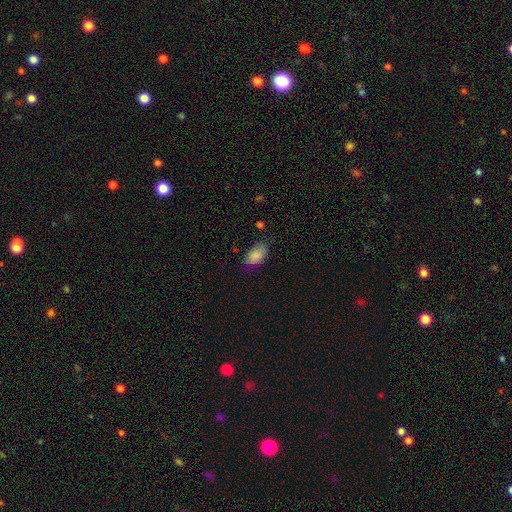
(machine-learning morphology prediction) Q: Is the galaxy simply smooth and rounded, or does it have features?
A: smooth — 87%.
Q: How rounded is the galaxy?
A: in between — 93%.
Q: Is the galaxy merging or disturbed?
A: none — 70%.